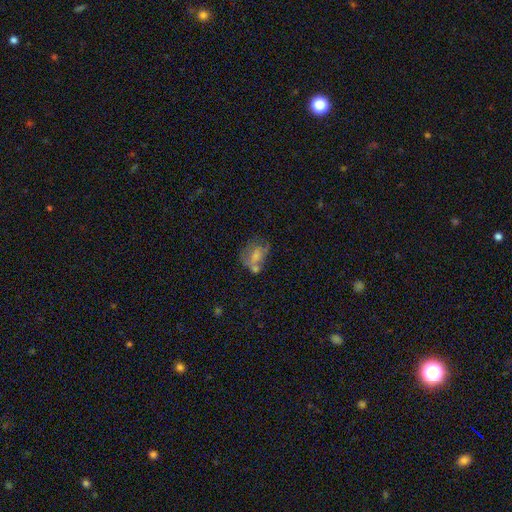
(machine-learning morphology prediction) The model was most divided on "merging": none: 32%, merger: 29%, minor disturbance: 21%, major disturbance: 19%. More confident: how rounded — in between (60%); smooth or featured — smooth (57%).